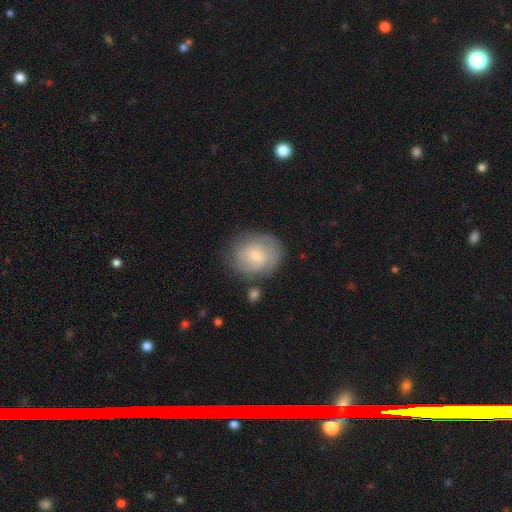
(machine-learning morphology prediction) Smooth or featured: smooth — 49% (featured or disk — 43%)
Merging: none — 71% (minor disturbance — 18%)